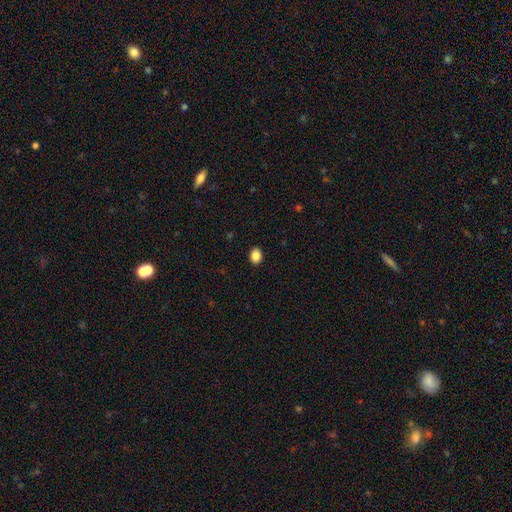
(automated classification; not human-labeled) Smooth or featured?
  - smooth: 88% *
  - star or artifact: 9%
  - featured or disk: 3%
How rounded?
  - in between: 65% *
  - round: 34%
  - cigar-shaped: 1%
Merging?
  - none: 91% *
  - minor disturbance: 7%
  - major disturbance: 2%
  - merger: 1%